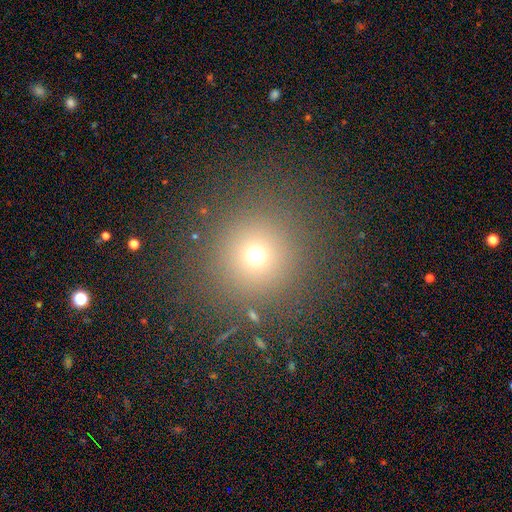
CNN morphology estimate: type=smooth (67%); roundness=round (94%); merging=none (85%).